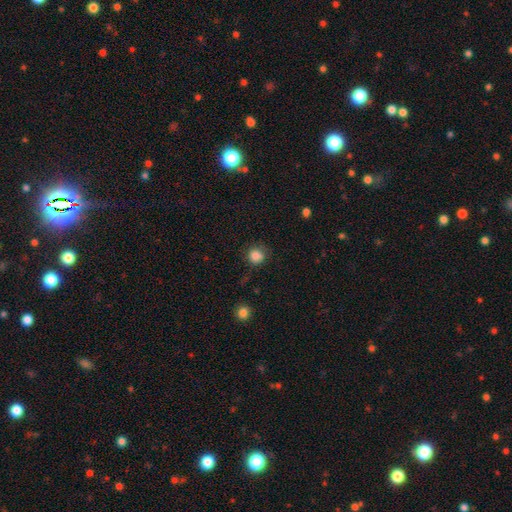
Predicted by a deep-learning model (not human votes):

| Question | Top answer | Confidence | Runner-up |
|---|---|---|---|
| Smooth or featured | smooth | 84% | star or artifact (11%) |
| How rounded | round | 89% | in between (10%) |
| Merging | none | 74% | minor disturbance (18%) |